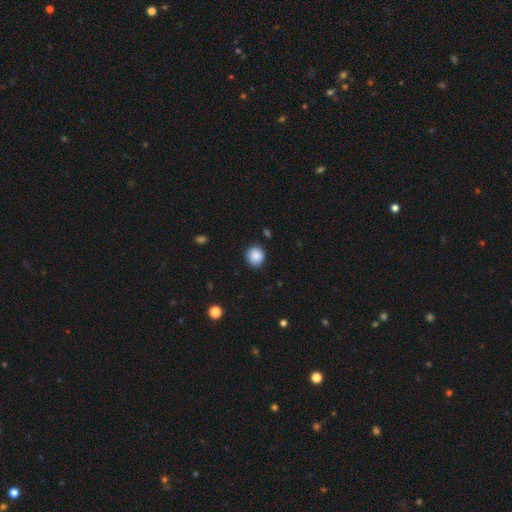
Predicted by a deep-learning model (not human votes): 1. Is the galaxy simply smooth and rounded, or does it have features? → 88% smooth, 9% star or artifact, 3% featured or disk.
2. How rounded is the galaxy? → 88% round, 11% in between, 1% cigar-shaped.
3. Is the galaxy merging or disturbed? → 89% none, 7% minor disturbance, 2% major disturbance, 1% merger.